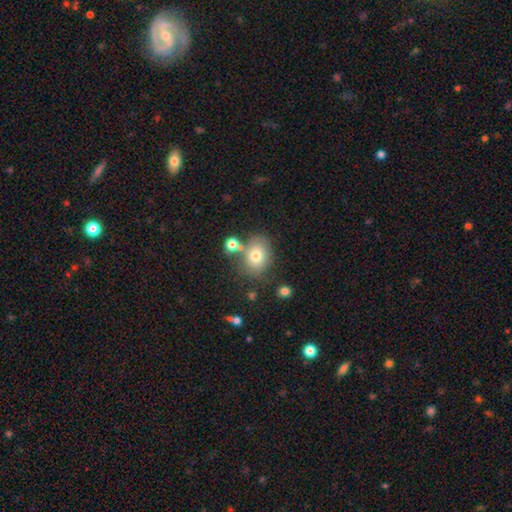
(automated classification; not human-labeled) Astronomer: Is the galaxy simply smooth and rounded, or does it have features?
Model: smooth — 74%.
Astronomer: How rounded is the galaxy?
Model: in between — 51% (runner-up: round, 48%).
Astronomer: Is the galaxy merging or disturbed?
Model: none — 63%.